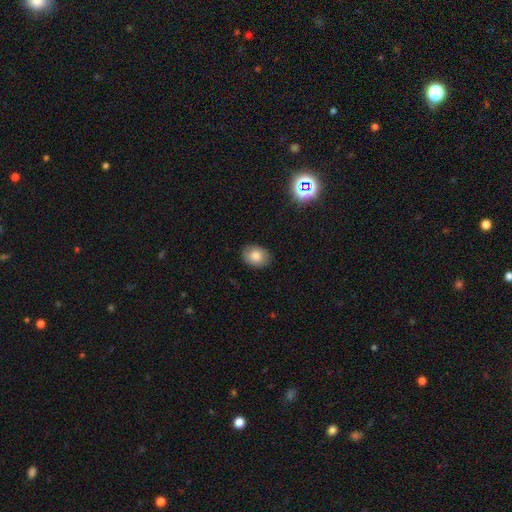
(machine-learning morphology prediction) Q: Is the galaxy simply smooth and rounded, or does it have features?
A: smooth — 82%.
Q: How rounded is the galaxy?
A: in between — 68%.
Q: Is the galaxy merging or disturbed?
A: none — 86%.